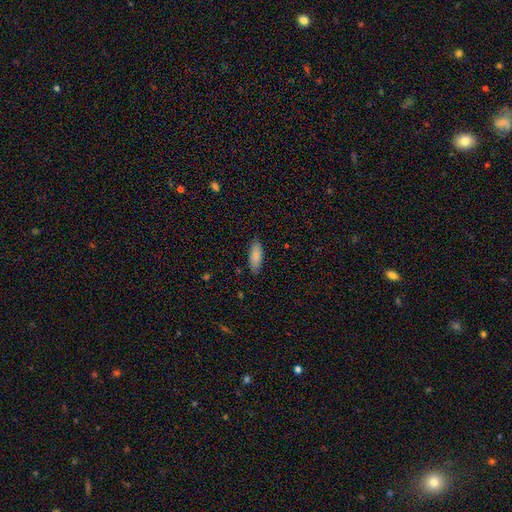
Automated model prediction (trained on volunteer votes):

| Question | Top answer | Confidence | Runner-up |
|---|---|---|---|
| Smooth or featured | smooth | 87% | featured or disk (7%) |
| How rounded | in between | 68% | cigar-shaped (30%) |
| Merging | none | 86% | minor disturbance (11%) |